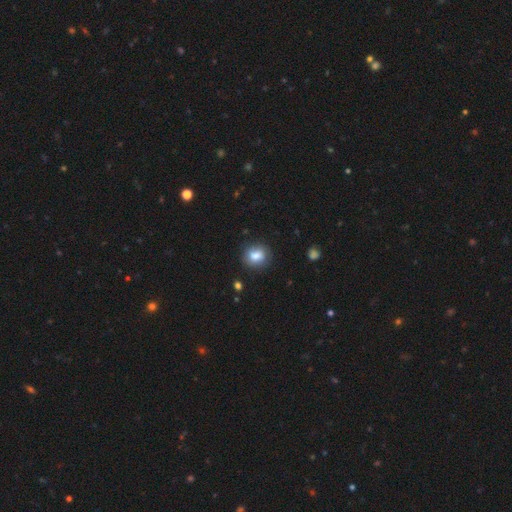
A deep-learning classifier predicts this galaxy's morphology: A smooth galaxy with no disk features (79%) that is round (65%). Merging: none (78%).